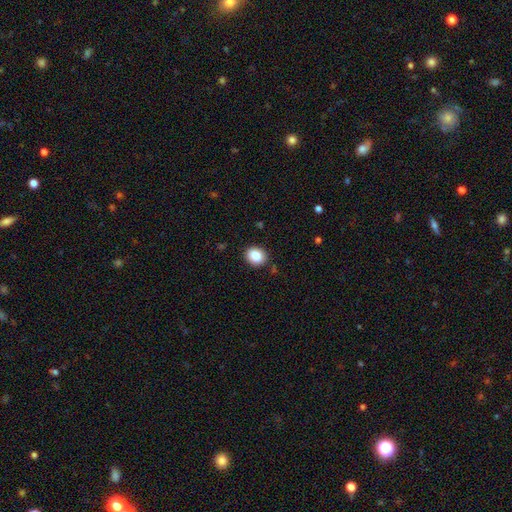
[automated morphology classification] smooth_or_featured: smooth (p=0.85) [alt: star or artifact p=0.09]
how_rounded: round (p=0.63) [alt: in between p=0.36]
merging: none (p=0.88) [alt: minor disturbance p=0.08]